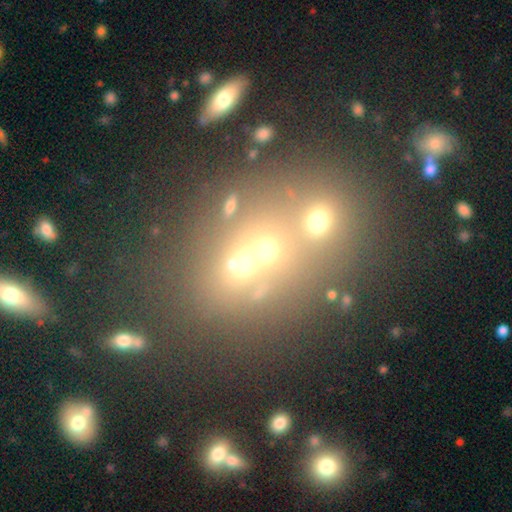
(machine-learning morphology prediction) Smooth or featured?
  - smooth: 46% *
  - star or artifact: 32%
  - featured or disk: 22%
Merging?
  - merger: 46% *
  - none: 41%
  - minor disturbance: 8%
  - major disturbance: 5%